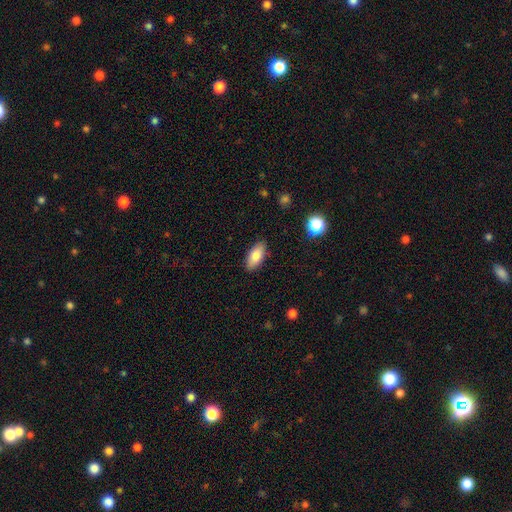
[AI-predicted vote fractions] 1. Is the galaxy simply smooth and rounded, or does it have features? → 82% smooth, 11% featured or disk, 7% star or artifact.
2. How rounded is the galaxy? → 89% in between, 8% cigar-shaped, 3% round.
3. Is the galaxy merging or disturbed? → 87% none, 9% minor disturbance, 2% major disturbance, 1% merger.